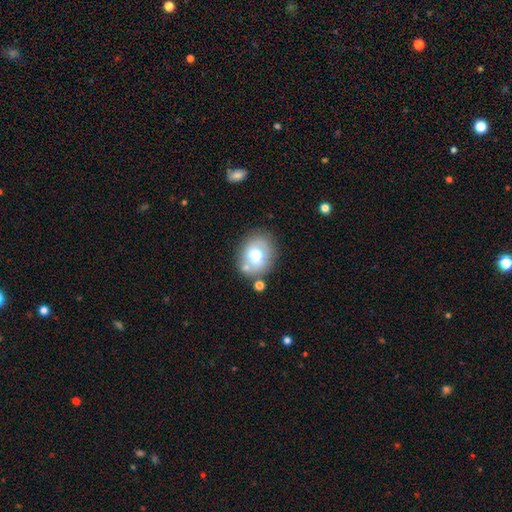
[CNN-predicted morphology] type=smooth (63%); roundness=round (53%); merging=none (68%).